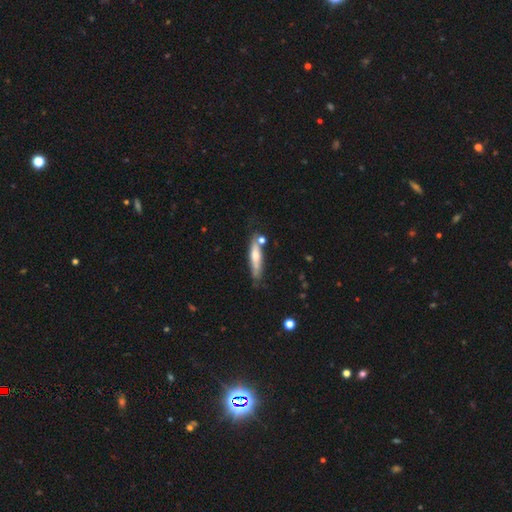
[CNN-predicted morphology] Q: Smooth or featured?
A: smooth (49%); runner-up: featured or disk (45%)
Q: Merging?
A: none (62%); runner-up: minor disturbance (21%)